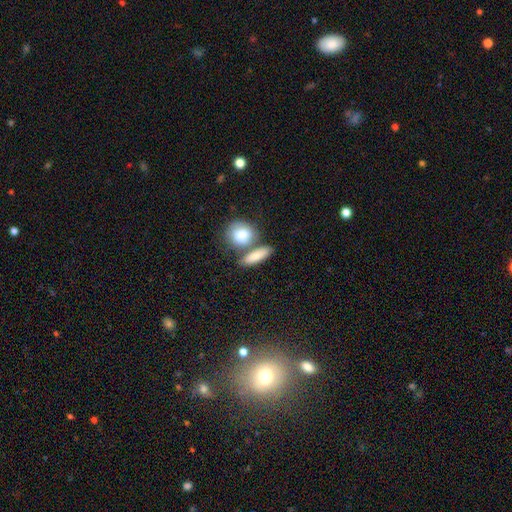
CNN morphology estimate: smooth 82%, featured or disk 12%, star or artifact 6%. Down the decision tree: how rounded — in between (58%); merging — none (56%).